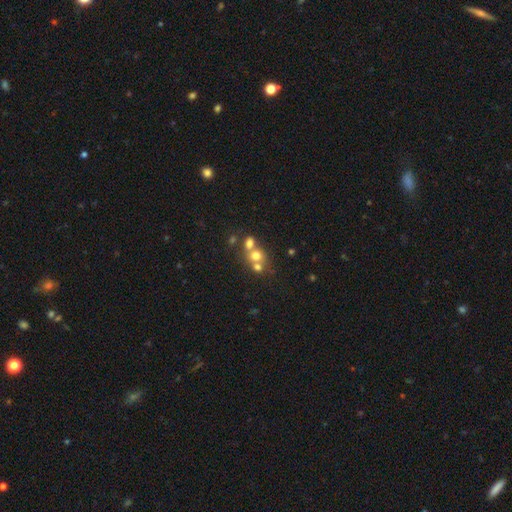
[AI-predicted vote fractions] Morphology: type=smooth (66%); roundness=round (73%); merging=merger (54%).